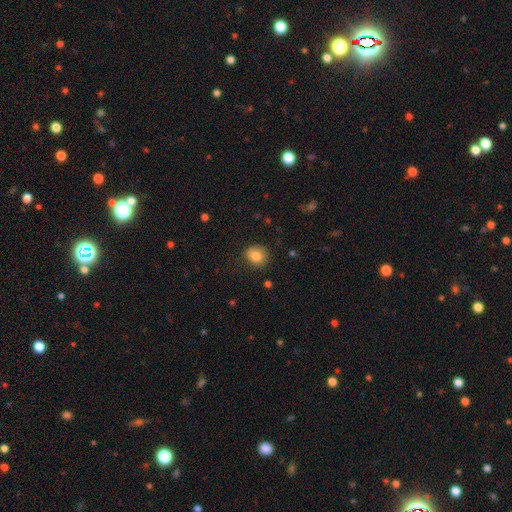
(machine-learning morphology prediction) A smooth galaxy with no disk features (84%) that is round (64%). Merging: none (77%).